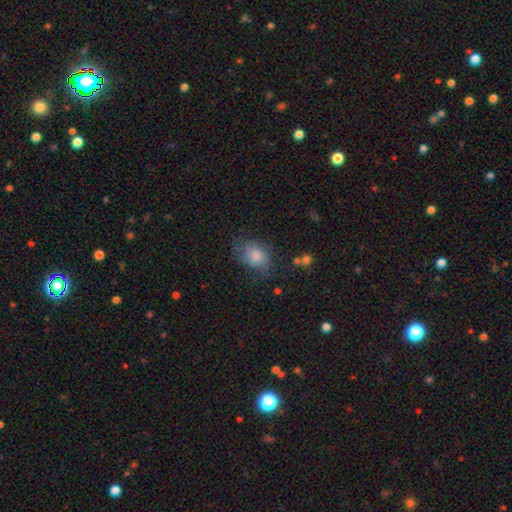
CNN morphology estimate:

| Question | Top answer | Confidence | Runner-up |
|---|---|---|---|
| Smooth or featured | smooth | 52% | featured or disk (35%) |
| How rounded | in between | 62% | round (36%) |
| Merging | none | 62% | minor disturbance (24%) |